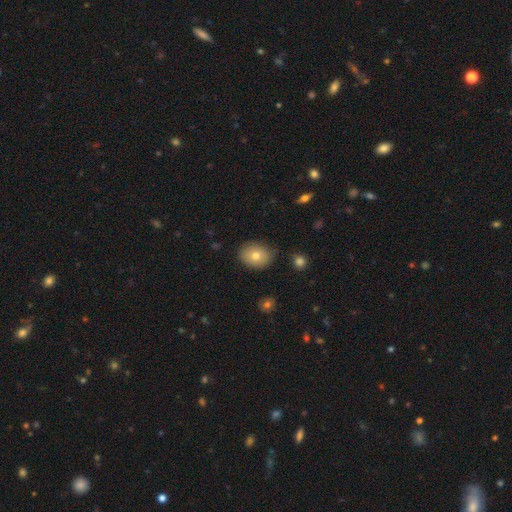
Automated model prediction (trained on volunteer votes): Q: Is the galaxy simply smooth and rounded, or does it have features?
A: smooth — 76%.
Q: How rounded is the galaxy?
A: in between — 51%.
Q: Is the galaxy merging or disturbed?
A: none — 82%.